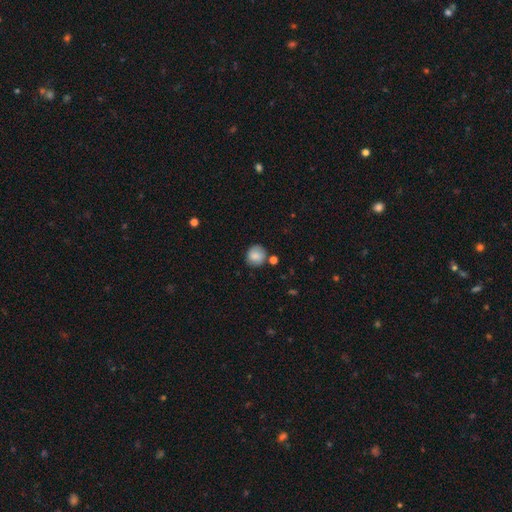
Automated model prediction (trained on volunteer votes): Morphology: type=smooth (82%); roundness=round (85%); merging=none (76%).